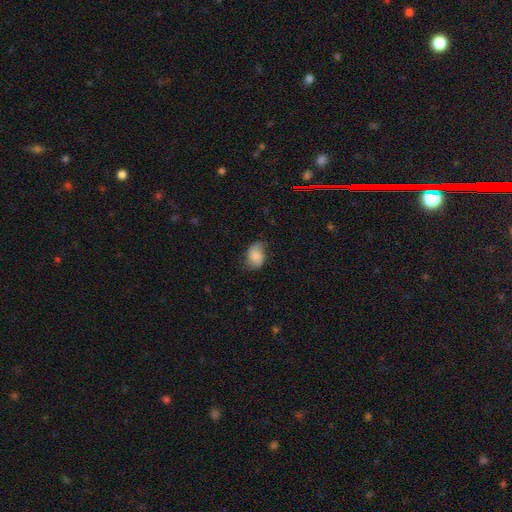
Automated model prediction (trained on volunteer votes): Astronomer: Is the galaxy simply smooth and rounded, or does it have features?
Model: smooth — 67%.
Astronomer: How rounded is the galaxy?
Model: in between — 73%.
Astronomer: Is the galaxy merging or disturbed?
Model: none — 62%.